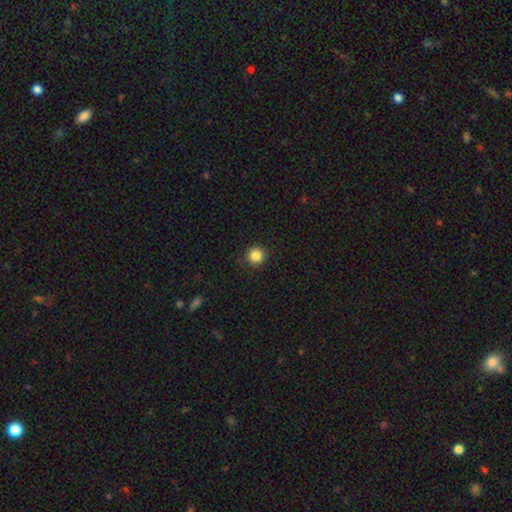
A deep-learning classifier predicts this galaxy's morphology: A smooth galaxy with no disk features (86%) that is round (95%).

Vote fractions:
- Smooth or featured? smooth: 86% / star or artifact: 11% / featured or disk: 3%
- How rounded? round: 95% / in between: 4% / cigar-shaped: 1%
- Merging? none: 90% / minor disturbance: 7% / major disturbance: 2% / merger: 1%